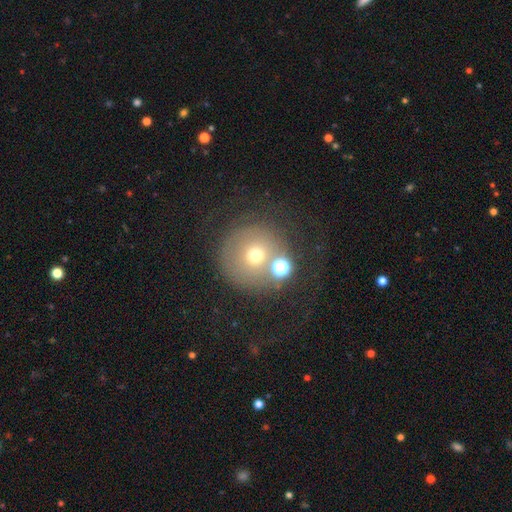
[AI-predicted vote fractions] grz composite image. It shows a smooth galaxy with no disk features (61%) that is round (93%). Merging: none (59%).